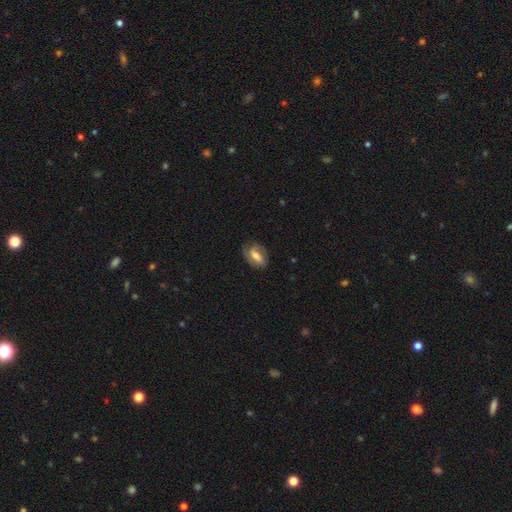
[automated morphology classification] type=featured or disk (47%); merging=none (68%).